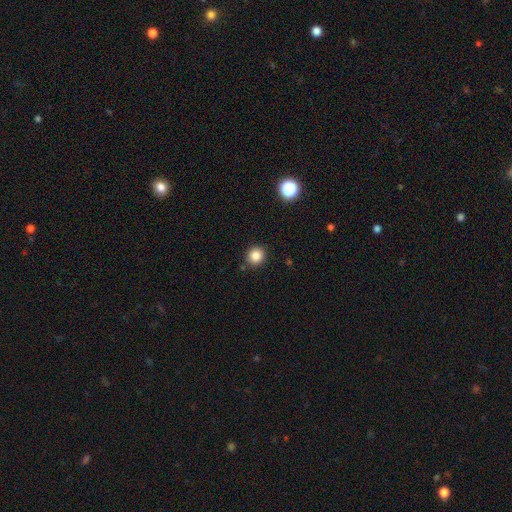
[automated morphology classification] Smooth or featured? smooth (85%)
How rounded? round (89%)
Merging? none (88%)